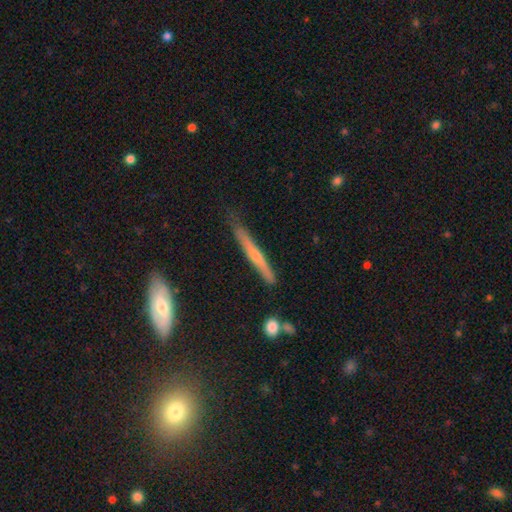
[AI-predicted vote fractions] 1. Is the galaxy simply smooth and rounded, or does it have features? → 55% featured or disk, 38% smooth, 7% star or artifact.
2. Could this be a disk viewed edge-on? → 94% yes, 6% no.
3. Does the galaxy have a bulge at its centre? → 59% rounded, 36% none, 5% boxy.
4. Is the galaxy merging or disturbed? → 74% none, 20% minor disturbance, 4% major disturbance, 3% merger.